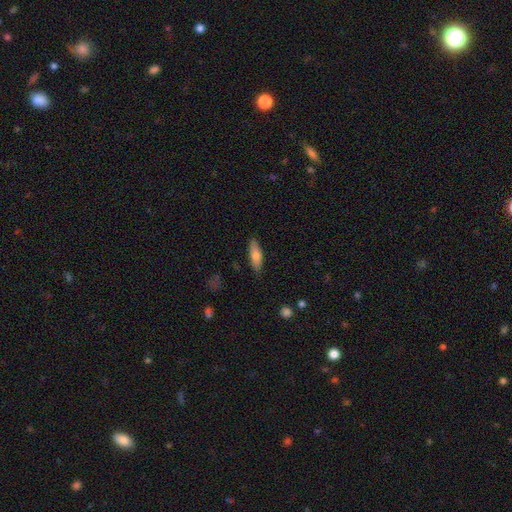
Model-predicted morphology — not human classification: Overall: smooth (73%). How rounded: in between (52%; cigar-shaped 46%). Merging: none (85%).